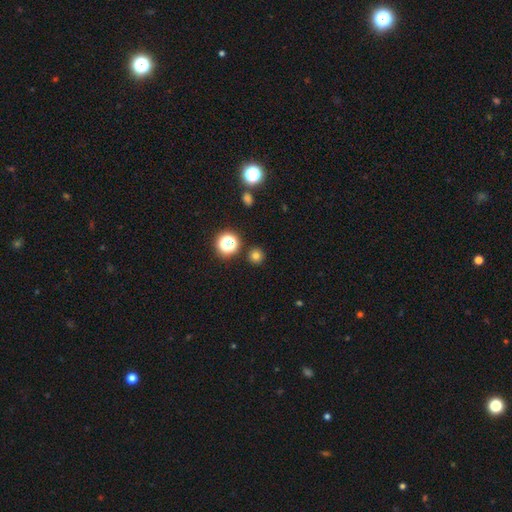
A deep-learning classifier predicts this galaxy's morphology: Smooth or featured: smooth — 73% (star or artifact — 21%)
How rounded: round — 94% (in between — 5%)
Merging: none — 89% (minor disturbance — 6%)